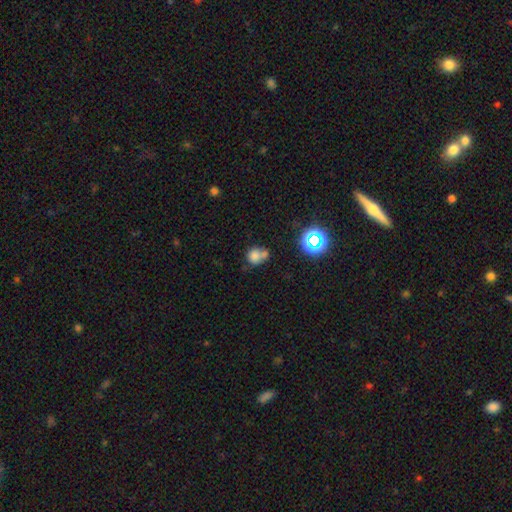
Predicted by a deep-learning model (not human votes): This appears to be a smooth galaxy with no disk features (73%) that is round (74%). Merging: none (39%).